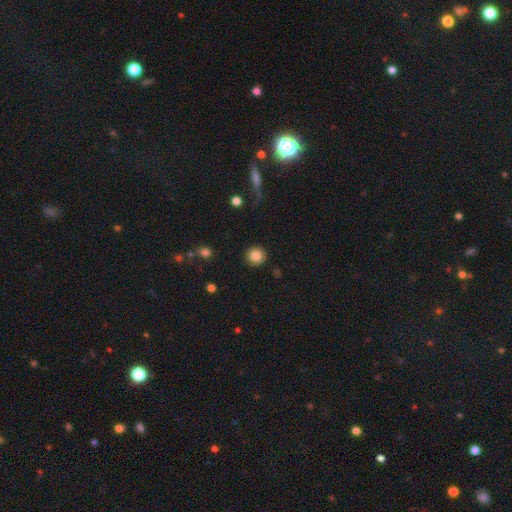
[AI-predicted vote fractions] Smooth or featured?
  - smooth: 85% *
  - star or artifact: 10%
  - featured or disk: 5%
How rounded?
  - round: 94% *
  - in between: 5%
  - cigar-shaped: 1%
Merging?
  - none: 91% *
  - minor disturbance: 5%
  - major disturbance: 2%
  - merger: 1%